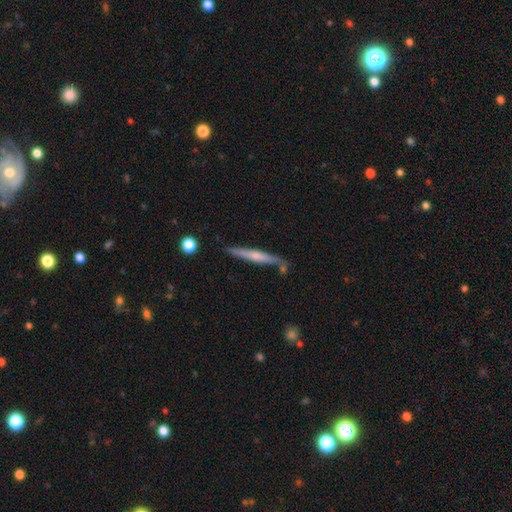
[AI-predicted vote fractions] featured or disk 50%, smooth 45%, star or artifact 5%. Down the decision tree: merging — none (79%).